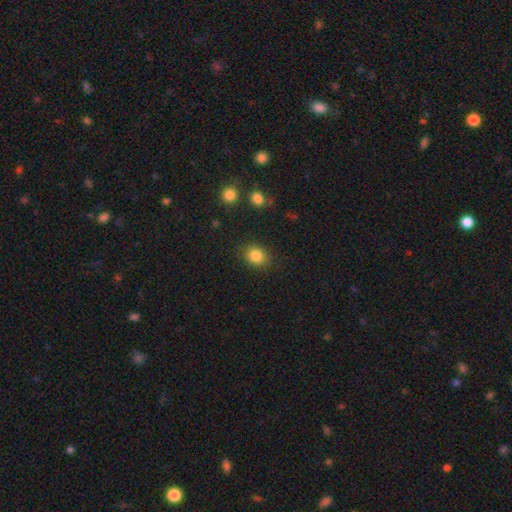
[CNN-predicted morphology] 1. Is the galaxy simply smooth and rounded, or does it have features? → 85% smooth, 10% star or artifact, 5% featured or disk.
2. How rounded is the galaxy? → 55% round, 44% in between, 1% cigar-shaped.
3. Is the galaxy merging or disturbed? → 85% none, 10% minor disturbance, 3% major disturbance, 2% merger.